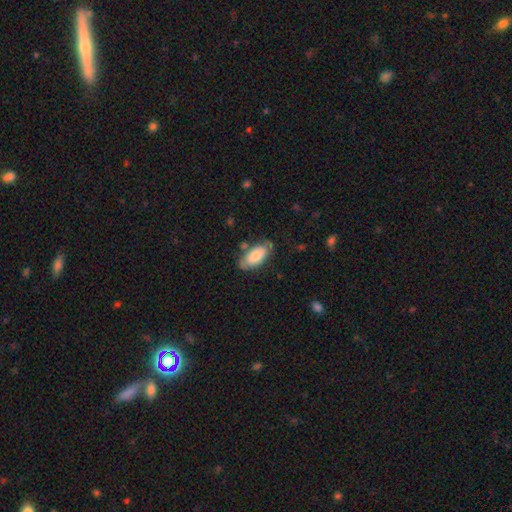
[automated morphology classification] This appears to be a smooth galaxy with no disk features (73%) that is in between round and cigar-shaped (91%). Merging: none (67%).